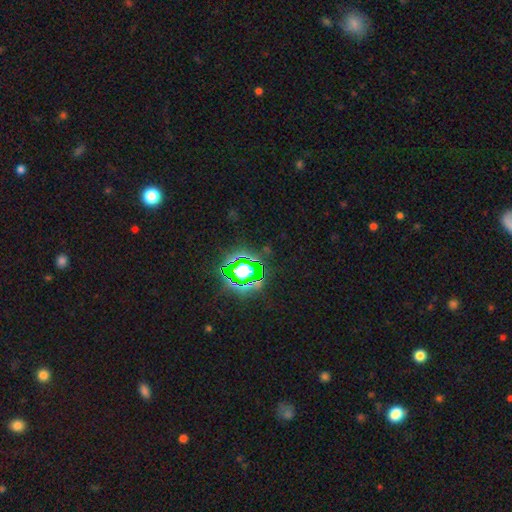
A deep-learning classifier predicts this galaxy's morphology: This appears to be a star or artifact, not a galaxy (81%).